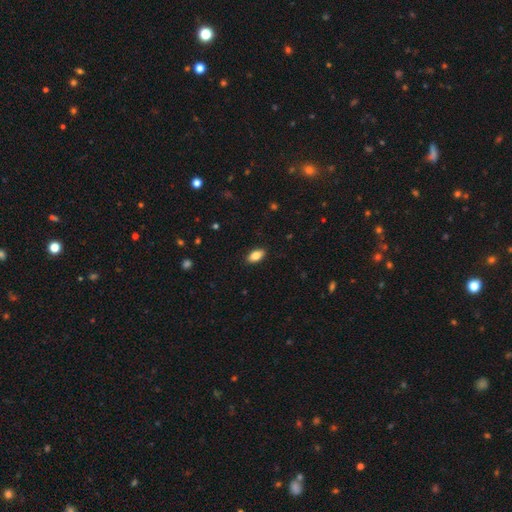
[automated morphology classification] Smooth or featured? Predicted: smooth (p=0.82). How rounded? Predicted: in between (p=0.91). Merging? Predicted: none (p=0.89).